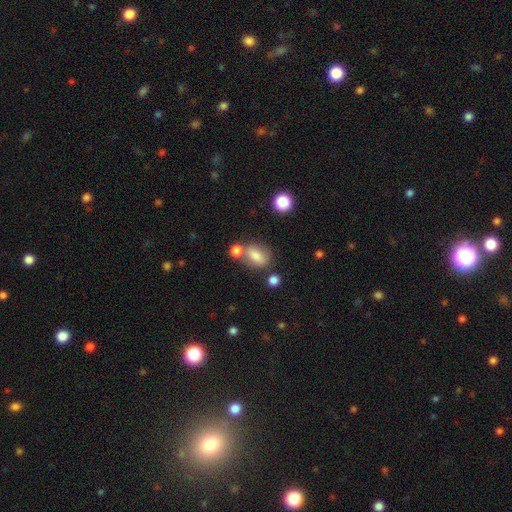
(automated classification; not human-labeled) Overall: smooth (78%). How rounded: in between (76%). Merging: none (53%; merger 25%).